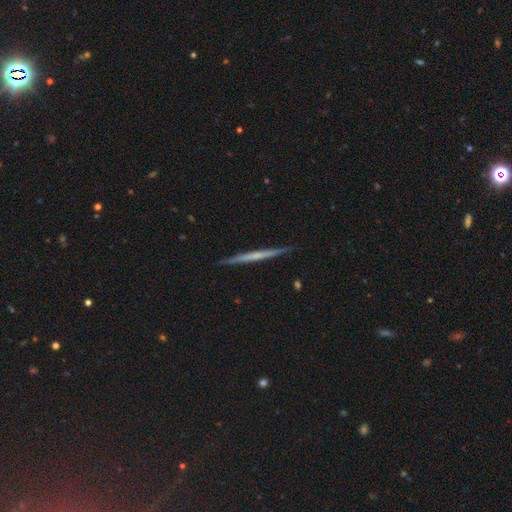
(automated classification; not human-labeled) This is possibly a featured or disk galaxy (59%). It is clearly viewed edge-on (98%). Edge-on bulge: clearly none (83%). Merging: clearly none (91%).